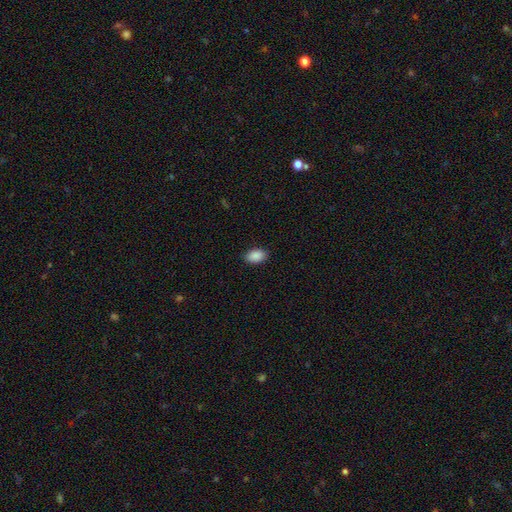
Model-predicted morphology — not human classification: A smooth galaxy with no disk features (90%) that is in between round and cigar-shaped (91%).

Vote fractions:
- Smooth or featured? smooth: 90% / star or artifact: 7% / featured or disk: 3%
- How rounded? in between: 91% / round: 8% / cigar-shaped: 1%
- Merging? none: 87% / minor disturbance: 10% / major disturbance: 2% / merger: 1%